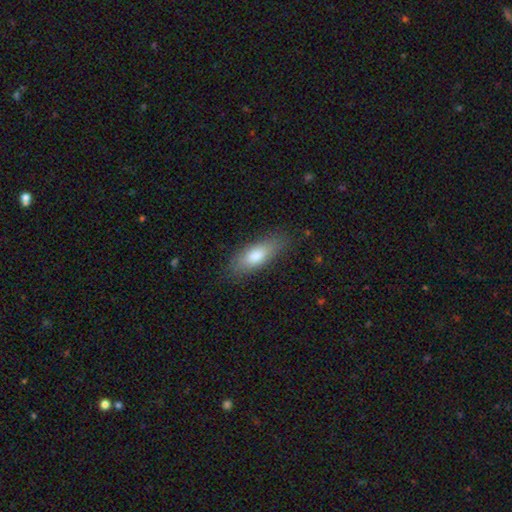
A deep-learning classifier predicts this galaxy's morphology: Smooth or featured: smooth — 77% (featured or disk — 16%)
How rounded: in between — 65% (cigar-shaped — 32%)
Merging: none — 80% (minor disturbance — 15%)